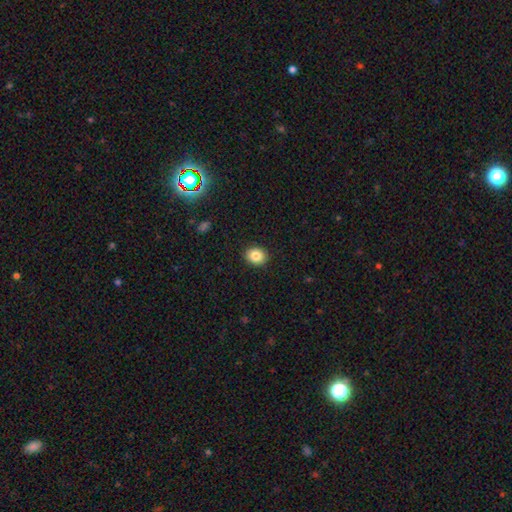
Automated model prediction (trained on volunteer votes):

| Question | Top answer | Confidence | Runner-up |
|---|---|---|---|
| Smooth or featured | smooth | 84% | star or artifact (10%) |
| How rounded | round | 61% | in between (38%) |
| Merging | none | 91% | minor disturbance (6%) |